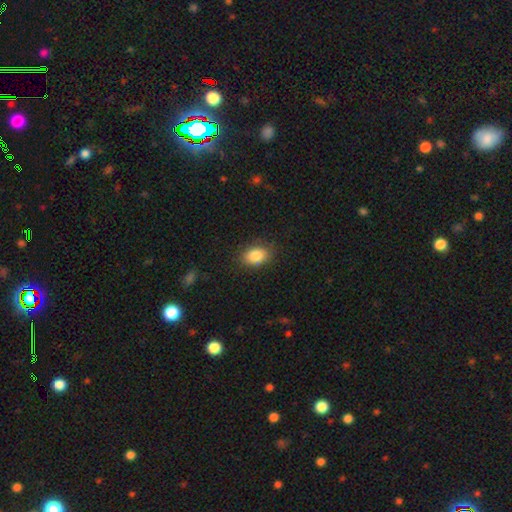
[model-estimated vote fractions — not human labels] Overall: smooth (86%). How rounded: in between (82%). Merging: none (84%).